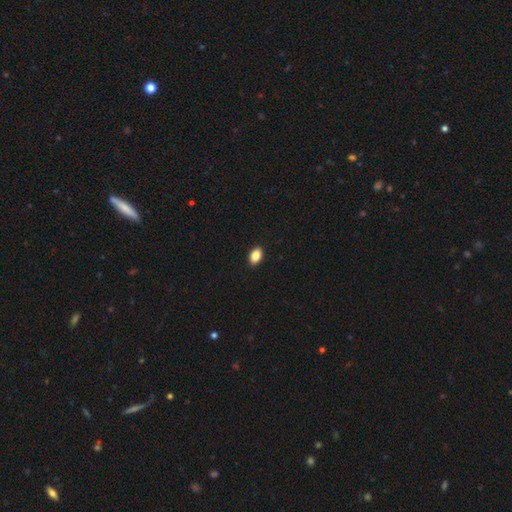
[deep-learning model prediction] A smooth galaxy with no disk features (87%) that is in between round and cigar-shaped (88%).

Vote fractions:
- Smooth or featured? smooth: 87% / star or artifact: 8% / featured or disk: 5%
- How rounded? in between: 88% / round: 10% / cigar-shaped: 1%
- Merging? none: 91% / minor disturbance: 6% / major disturbance: 1% / merger: 1%